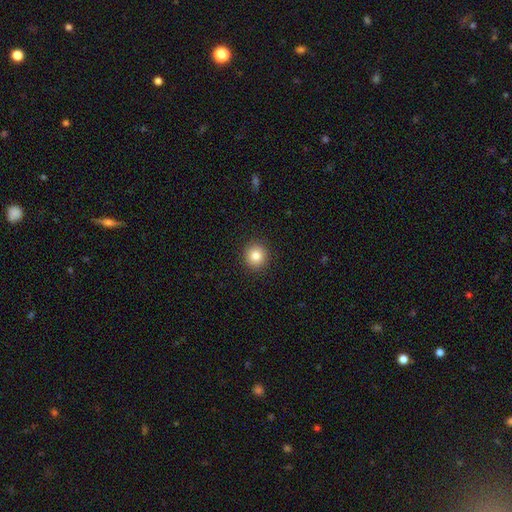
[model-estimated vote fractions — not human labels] The model was most divided on "smooth or featured": smooth: 84%, star or artifact: 10%, featured or disk: 6%. More confident: how rounded — round (92%); merging — none (92%).